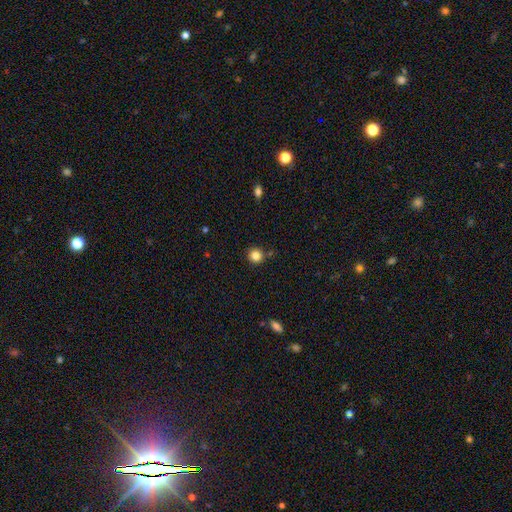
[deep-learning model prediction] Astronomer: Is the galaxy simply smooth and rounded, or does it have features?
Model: smooth — 83%.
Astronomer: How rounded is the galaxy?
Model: round — 93%.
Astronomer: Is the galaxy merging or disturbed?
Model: none — 86%.